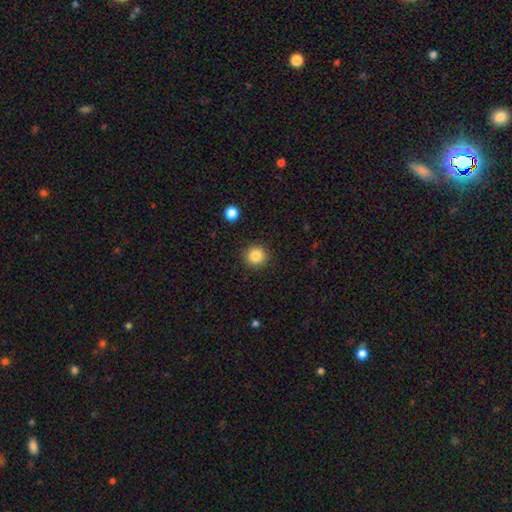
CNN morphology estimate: smooth 85%, star or artifact 10%, featured or disk 5%. Down the decision tree: how rounded — round (93%); merging — none (91%).